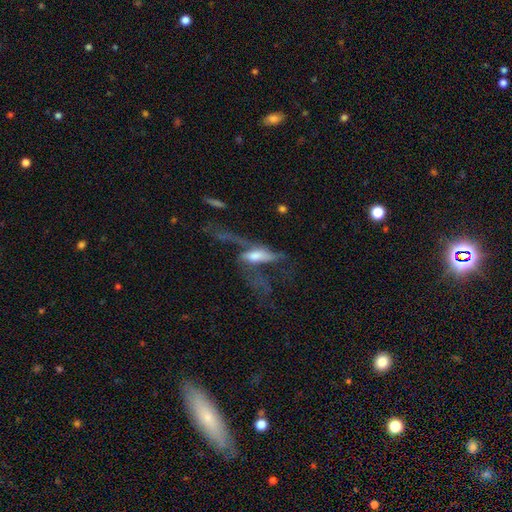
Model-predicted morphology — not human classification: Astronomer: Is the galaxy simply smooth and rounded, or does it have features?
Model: featured or disk — 61%.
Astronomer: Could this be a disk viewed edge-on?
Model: no — 60% (runner-up: yes, 40%).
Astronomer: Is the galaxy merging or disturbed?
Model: major disturbance — 58%.